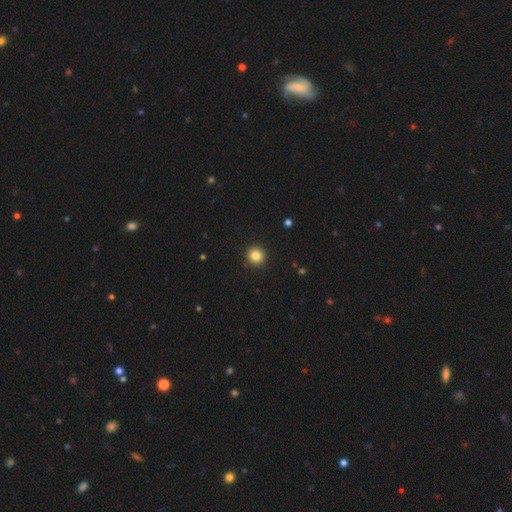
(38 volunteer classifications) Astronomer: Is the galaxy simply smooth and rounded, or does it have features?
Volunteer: smooth — 87%.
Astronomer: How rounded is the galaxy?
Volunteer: round — 97%.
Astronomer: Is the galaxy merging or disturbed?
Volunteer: none — 94%.